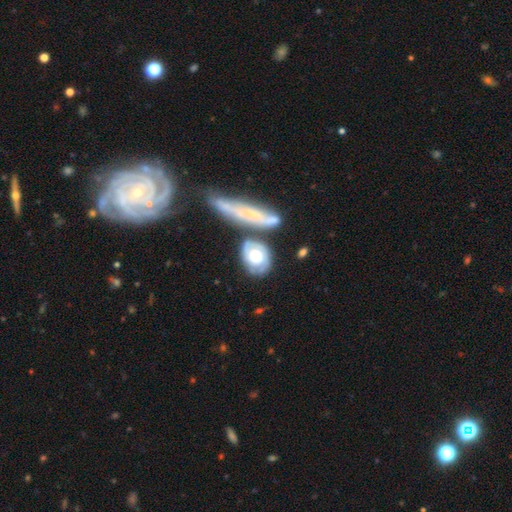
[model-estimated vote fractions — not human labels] The model was most divided on "bulge size": large: 45%, moderate: 37%, small: 8%, dominant: 5%, none: 5%. More confident: edge-on disk — no (93%); spiral arms — yes (79%); bar — no (78%); smooth or featured — featured or disk (64%); merging — none (51%).